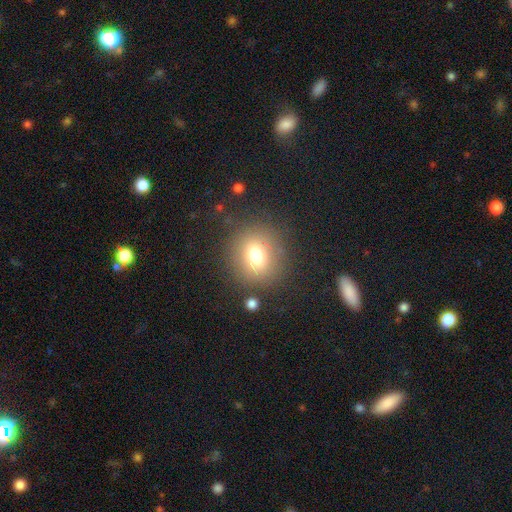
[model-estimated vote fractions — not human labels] A smooth galaxy with no disk features (74%) that is round (80%). Merging: none (81%).